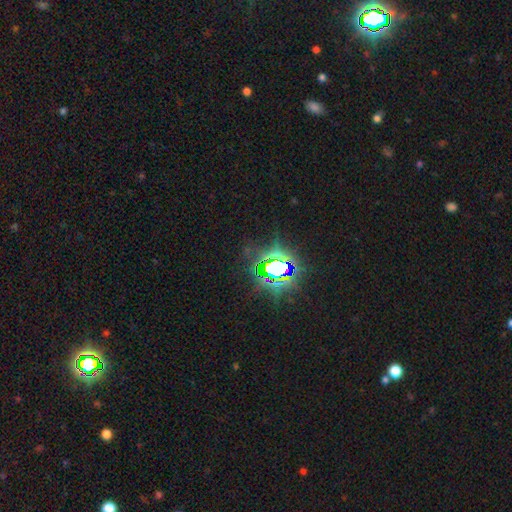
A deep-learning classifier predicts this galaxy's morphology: A star or artifact, not a galaxy (82%).

Vote fractions:
- Smooth or featured? star or artifact: 82% / smooth: 10% / featured or disk: 7%